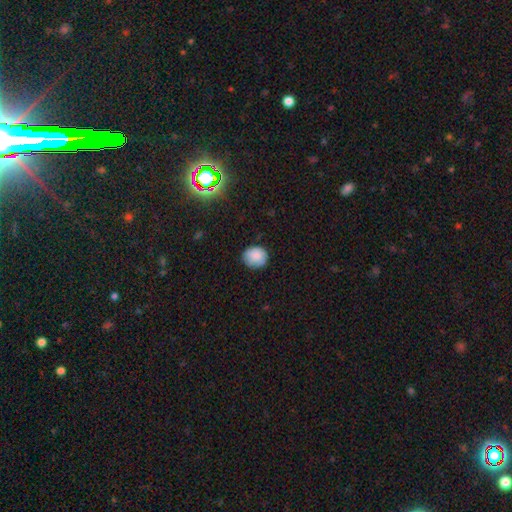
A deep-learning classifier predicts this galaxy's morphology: Q: Smooth or featured?
A: smooth (85%); runner-up: star or artifact (9%)
Q: How rounded?
A: round (77%); runner-up: in between (23%)
Q: Merging?
A: none (79%); runner-up: minor disturbance (17%)